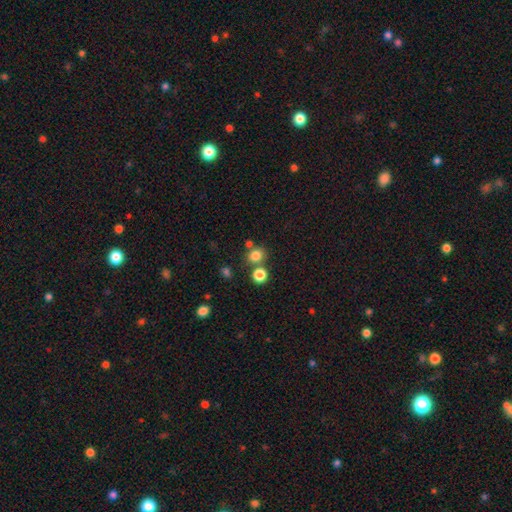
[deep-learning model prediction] smooth-or-featured: smooth: 79% | star or artifact: 15% | featured or disk: 6%
  how-rounded: round: 73% | in between: 26% | cigar-shaped: 1%
  merging: none: 69% | merger: 18% | minor disturbance: 9% | major disturbance: 4%